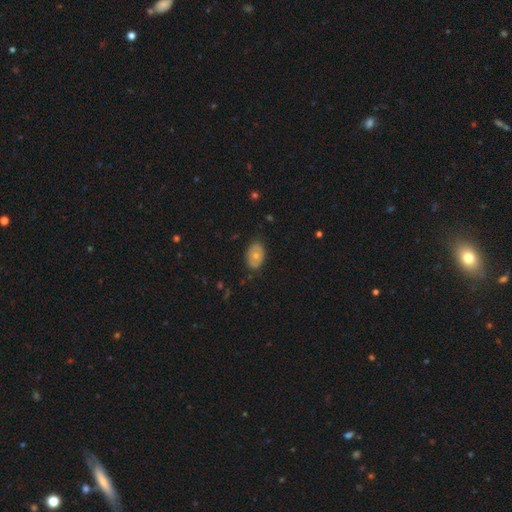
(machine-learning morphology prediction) Smooth or featured? smooth (58%)
How rounded? in between (81%)
Merging? none (79%)